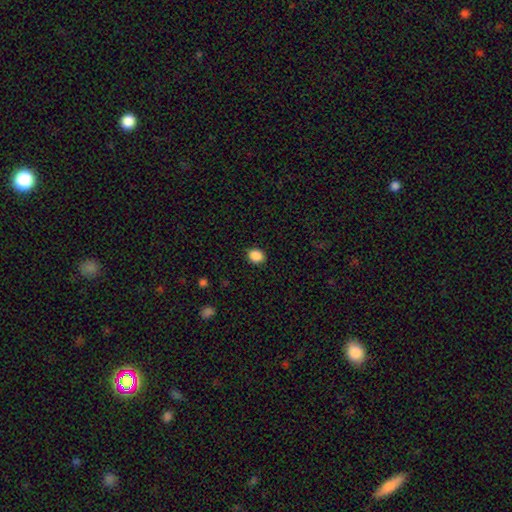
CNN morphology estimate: smooth 88%, star or artifact 9%, featured or disk 3%. Down the decision tree: how rounded — round (53%); merging — none (88%).